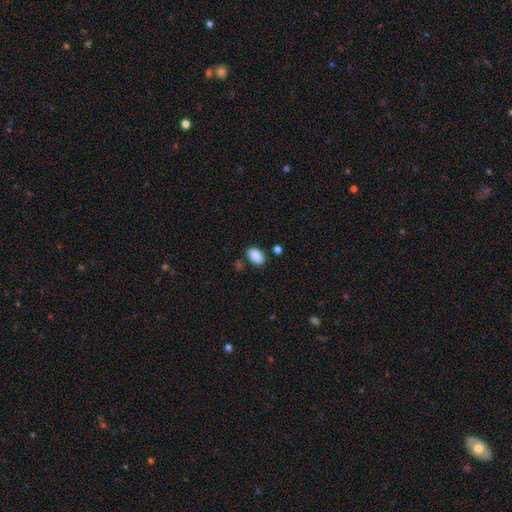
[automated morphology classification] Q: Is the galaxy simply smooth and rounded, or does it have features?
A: smooth — 89%.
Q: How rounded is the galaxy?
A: in between — 91%.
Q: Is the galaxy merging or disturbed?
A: none — 80%.